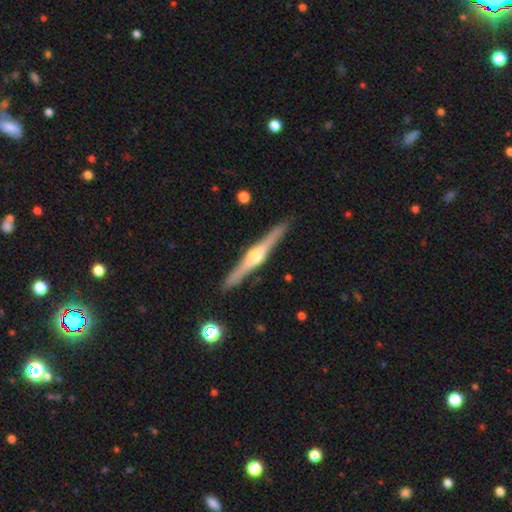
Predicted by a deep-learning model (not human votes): smooth-or-featured: featured or disk: 83% | smooth: 13% | star or artifact: 5%
  disk-edge-on: yes: 98% | no: 2%
    edge-on-bulge: rounded: 94% | boxy: 4% | none: 2%
  merging: none: 91% | minor disturbance: 6% | major disturbance: 1% | merger: 1%